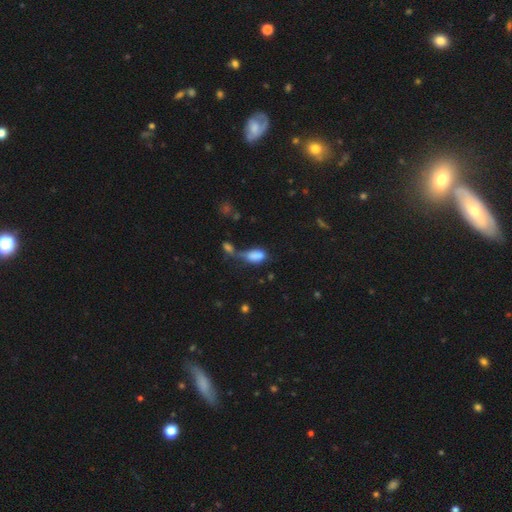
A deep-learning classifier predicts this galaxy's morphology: Q: Smooth or featured?
A: smooth (78%); runner-up: featured or disk (12%)
Q: How rounded?
A: in between (88%); runner-up: round (7%)
Q: Merging?
A: merger (40%); runner-up: none (22%)